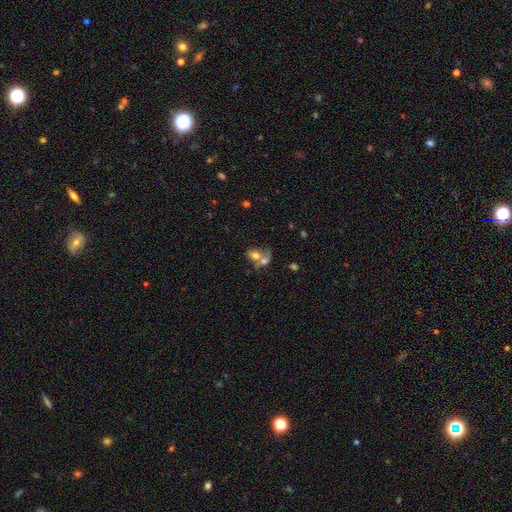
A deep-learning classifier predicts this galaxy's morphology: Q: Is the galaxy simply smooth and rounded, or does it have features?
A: smooth — 62%.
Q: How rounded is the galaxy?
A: in between — 52%.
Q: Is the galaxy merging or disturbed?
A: merger — 69%.